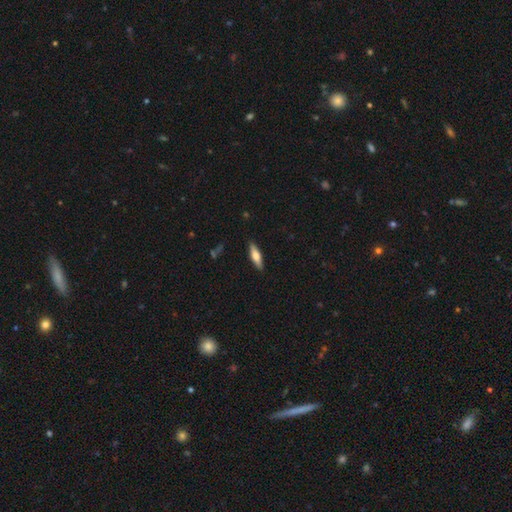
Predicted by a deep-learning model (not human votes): This appears to be a smooth galaxy with no disk features (57%) that is cigar-shaped (59%). Merging: none (89%).